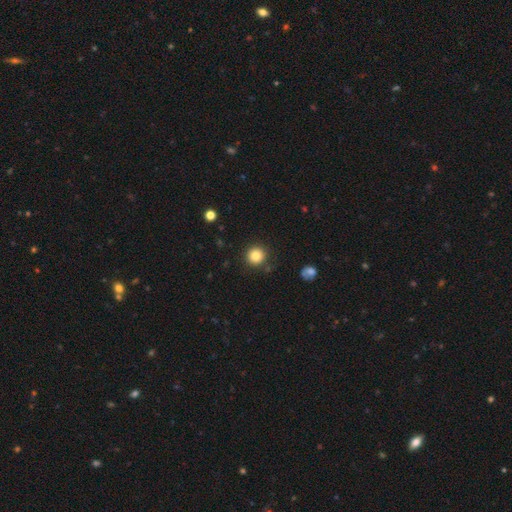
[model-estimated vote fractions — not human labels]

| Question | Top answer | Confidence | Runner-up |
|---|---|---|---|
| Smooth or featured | smooth | 82% | star or artifact (11%) |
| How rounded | round | 93% | in between (6%) |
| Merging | none | 88% | minor disturbance (7%) |